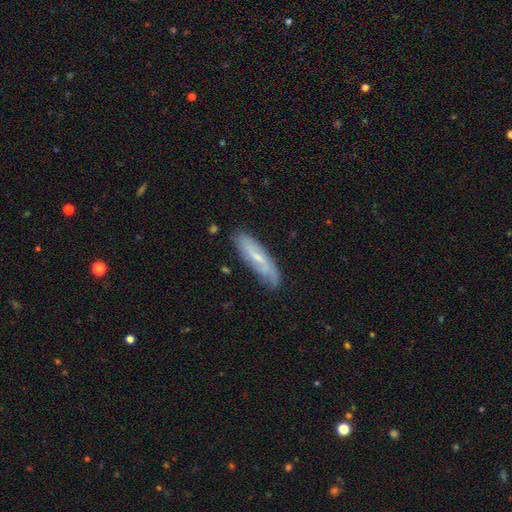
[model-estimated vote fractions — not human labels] Q: Smooth or featured?
A: featured or disk (48%); runner-up: smooth (42%)
Q: Merging?
A: none (82%); runner-up: minor disturbance (14%)